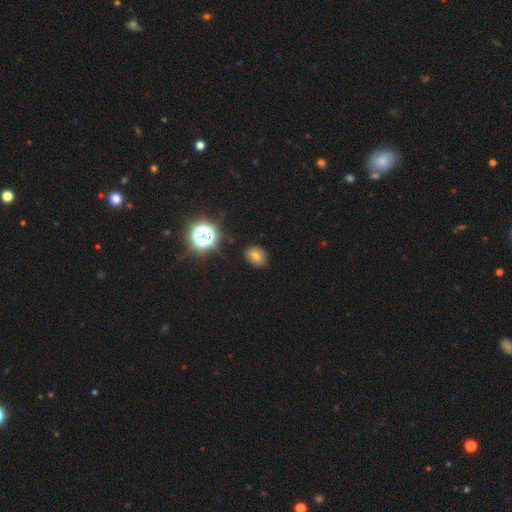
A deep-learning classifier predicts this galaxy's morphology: type=smooth (68%); roundness=in between (55%); merging=none (87%).